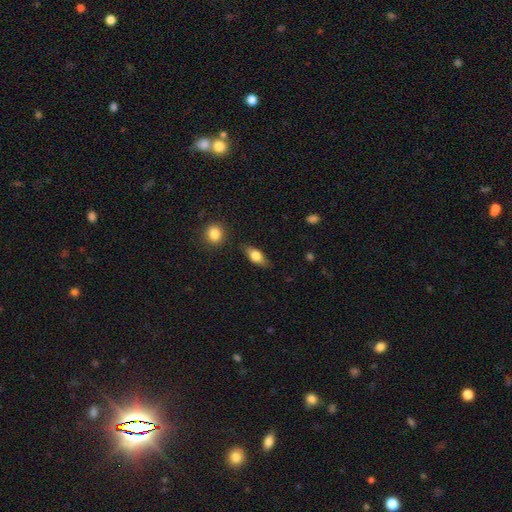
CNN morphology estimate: Overall: smooth (71%). How rounded: in between (80%). Merging: none (80%).